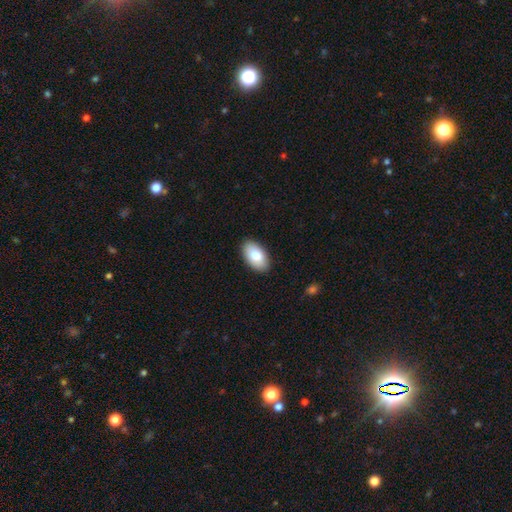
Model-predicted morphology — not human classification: Smooth or featured? smooth (83%)
How rounded? in between (95%)
Merging? none (90%)